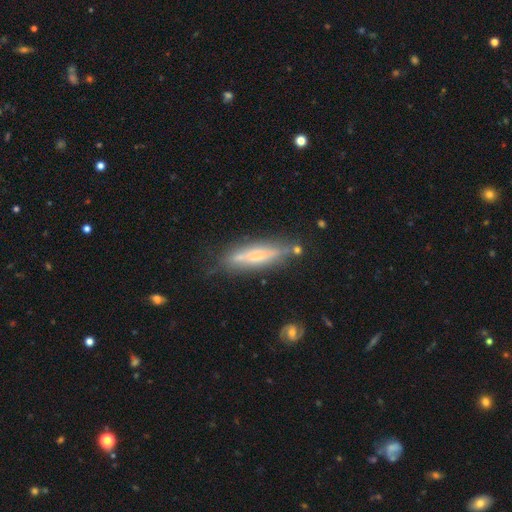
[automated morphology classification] Smooth or featured: smooth — 47% (featured or disk — 45%)
Merging: none — 68% (minor disturbance — 21%)